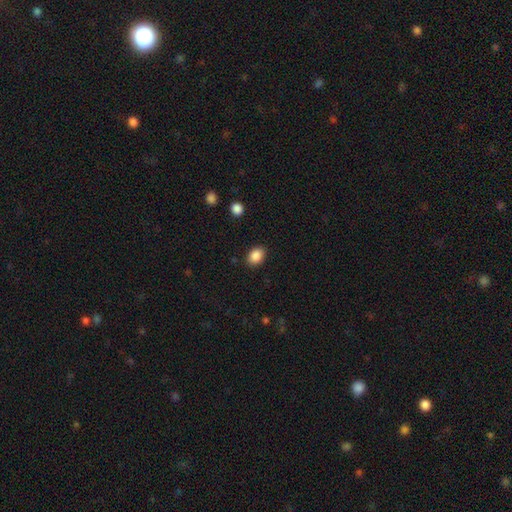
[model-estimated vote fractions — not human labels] Q: Smooth or featured?
A: smooth (88%); runner-up: star or artifact (9%)
Q: How rounded?
A: in between (72%); runner-up: round (27%)
Q: Merging?
A: none (88%); runner-up: minor disturbance (8%)